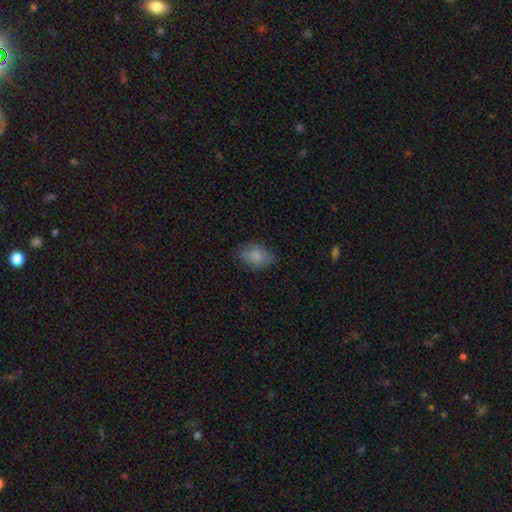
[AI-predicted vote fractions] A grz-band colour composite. It shows a smooth galaxy with no disk features (84%) that is in between round and cigar-shaped (86%). Merging: none (77%).